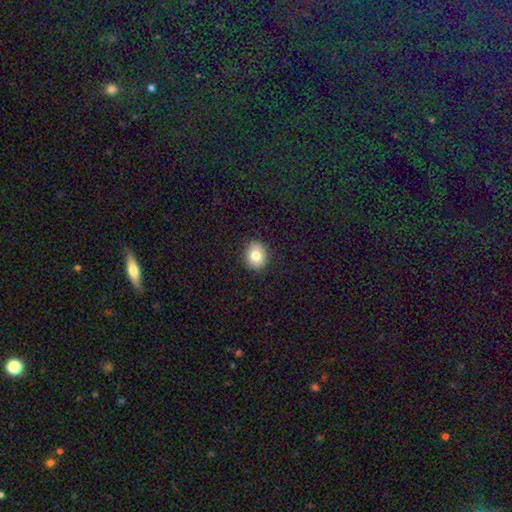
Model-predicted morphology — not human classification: The model was most divided on "how rounded": round: 61%, in between: 38%, cigar-shaped: 1%. More confident: merging — none (88%); smooth or featured — smooth (80%).